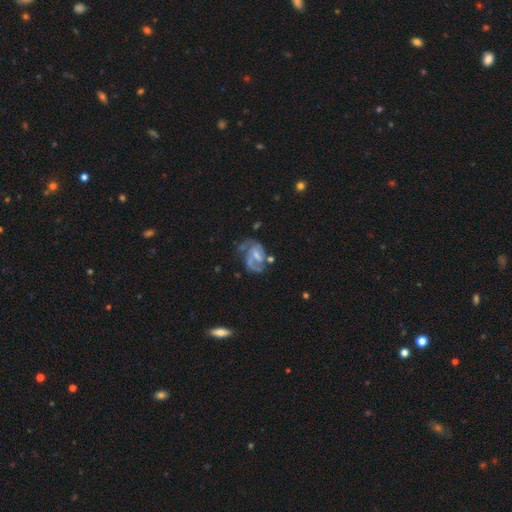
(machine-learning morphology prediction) Smooth or featured? featured or disk (80%)
Edge-on disk? no (98%)
Bar? weak (51%)
Spiral arms? yes (88%)
Spiral winding? medium (47%)
Spiral arm count? 2 (65%)
Bulge size? small (39%)
Merging? none (45%)